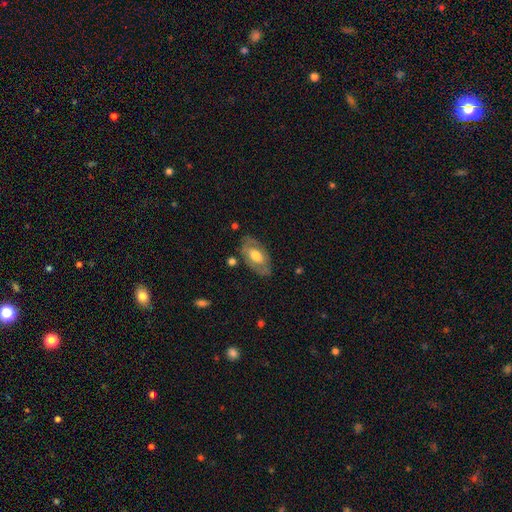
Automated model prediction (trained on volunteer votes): featured or disk 49%, smooth 45%, star or artifact 6%. Down the decision tree: merging — none (74%).